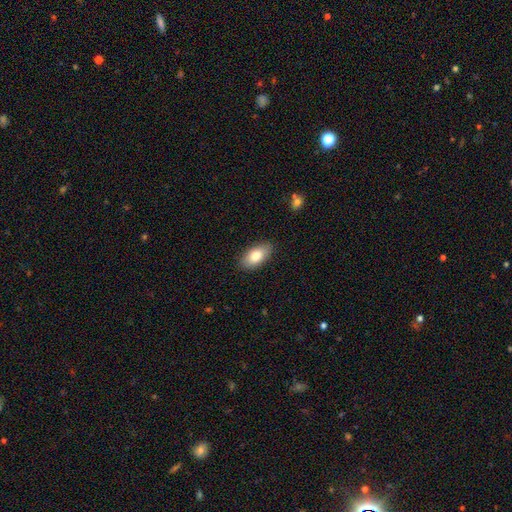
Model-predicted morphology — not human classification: The model was most divided on "smooth or featured": smooth: 79%, featured or disk: 14%, star or artifact: 7%. More confident: how rounded — in between (92%); merging — none (87%).